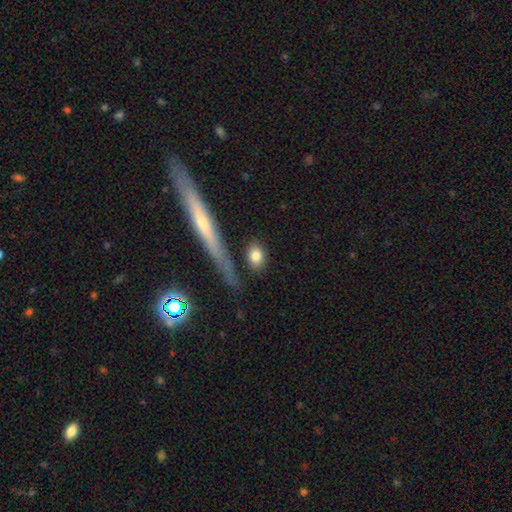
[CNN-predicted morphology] A smooth galaxy with no disk features (80%) that is in between round and cigar-shaped (57%).

Vote fractions:
- Smooth or featured? smooth: 80% / featured or disk: 12% / star or artifact: 7%
- How rounded? in between: 57% / round: 34% / cigar-shaped: 9%
- Merging? none: 82% / minor disturbance: 10% / merger: 4% / major disturbance: 3%